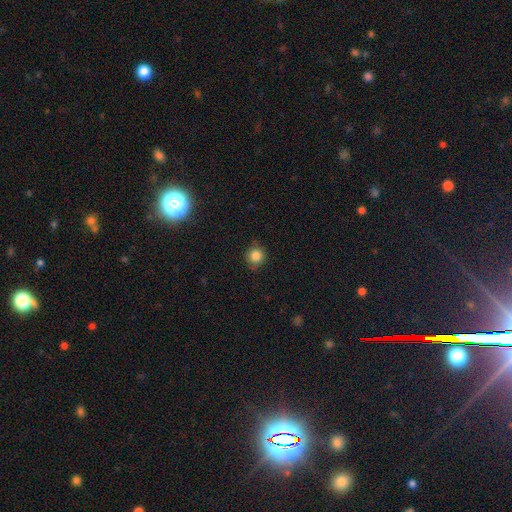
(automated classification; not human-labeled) This is clearly a smooth galaxy (83%). How rounded: clearly round (90%). Merging: clearly none (82%).